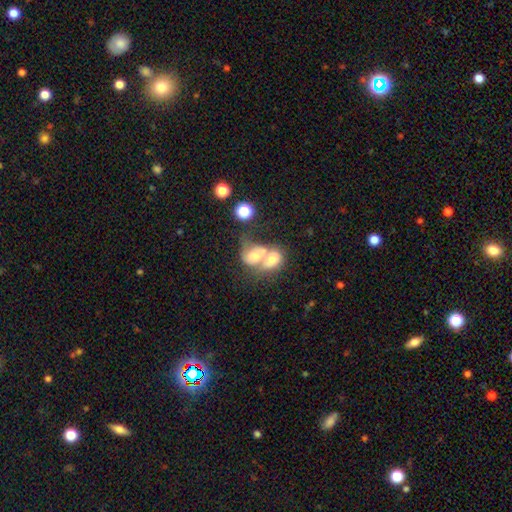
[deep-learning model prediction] This is possibly a smooth galaxy (56%). How rounded: possibly in between (58%). Merging: likely merger (77%).